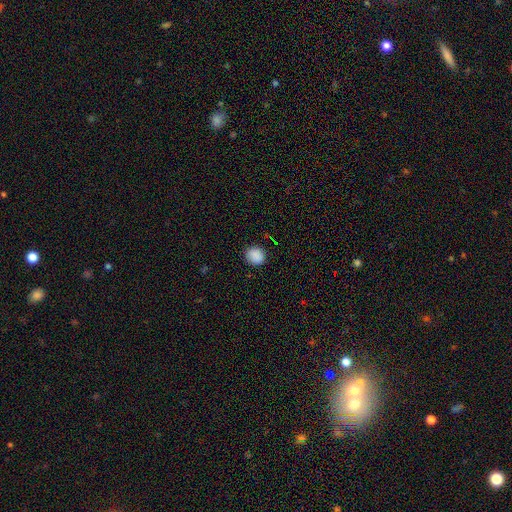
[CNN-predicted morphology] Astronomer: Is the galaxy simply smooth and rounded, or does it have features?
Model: smooth — 87%.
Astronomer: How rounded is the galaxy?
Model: round — 79%.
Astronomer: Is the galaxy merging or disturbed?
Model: none — 87%.